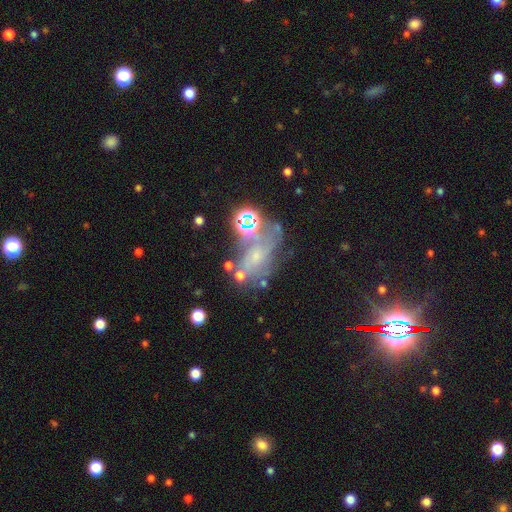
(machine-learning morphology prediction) Smooth or featured? Predicted: featured or disk (p=0.49). Merging? Predicted: none (p=0.39).